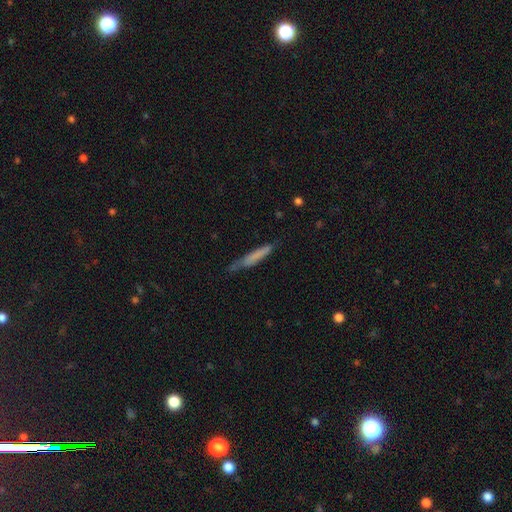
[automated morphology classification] Q: Smooth or featured?
A: smooth (66%); runner-up: featured or disk (27%)
Q: How rounded?
A: cigar-shaped (93%); runner-up: in between (5%)
Q: Merging?
A: none (70%); runner-up: minor disturbance (23%)